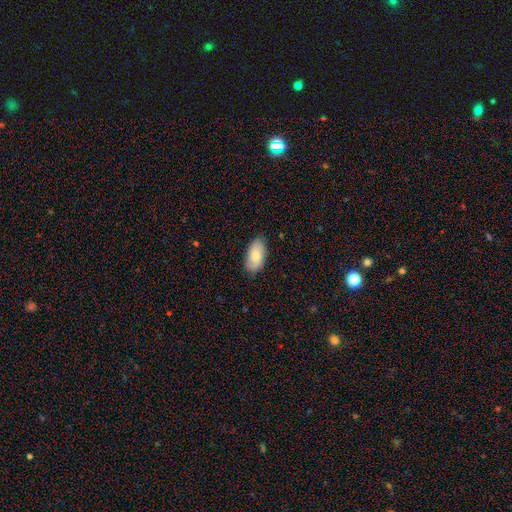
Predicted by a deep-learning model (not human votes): smooth 75%, featured or disk 19%, star or artifact 6%. Down the decision tree: how rounded — in between (94%); merging — none (83%).